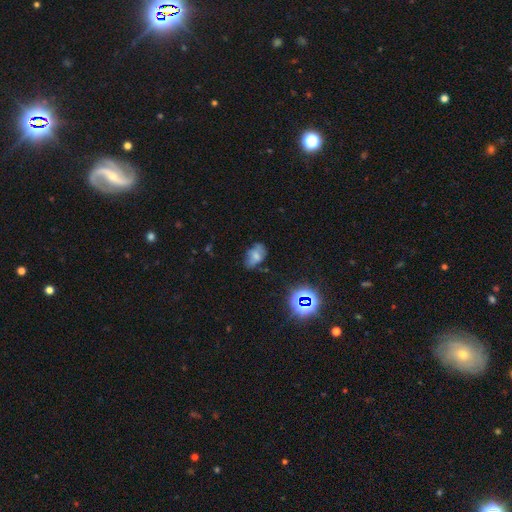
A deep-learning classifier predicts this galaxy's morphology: This is possibly a smooth galaxy (59%). How rounded: clearly in between (87%). Merging: possibly none (59%).